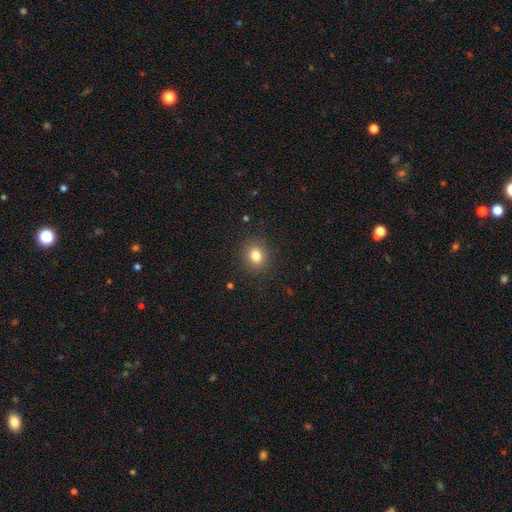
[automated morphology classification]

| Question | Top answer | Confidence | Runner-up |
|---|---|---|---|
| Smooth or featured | smooth | 80% | star or artifact (12%) |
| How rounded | round | 71% | in between (29%) |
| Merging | none | 89% | minor disturbance (7%) |